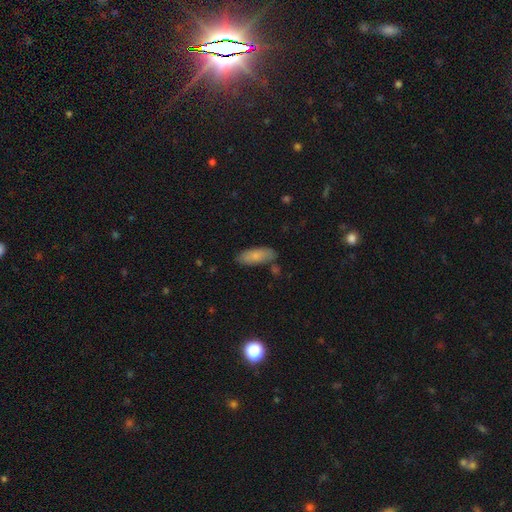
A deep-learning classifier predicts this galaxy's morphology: Overall: smooth (80%). How rounded: in between (74%). Merging: none (76%).